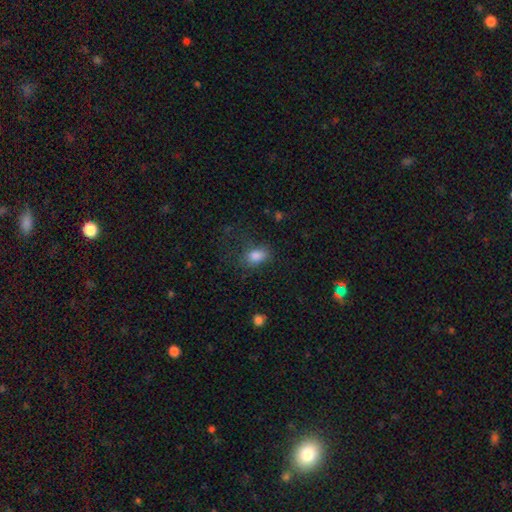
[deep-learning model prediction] Overall: smooth (82%). How rounded: in between (83%). Merging: none (59%; minor disturbance 22%).